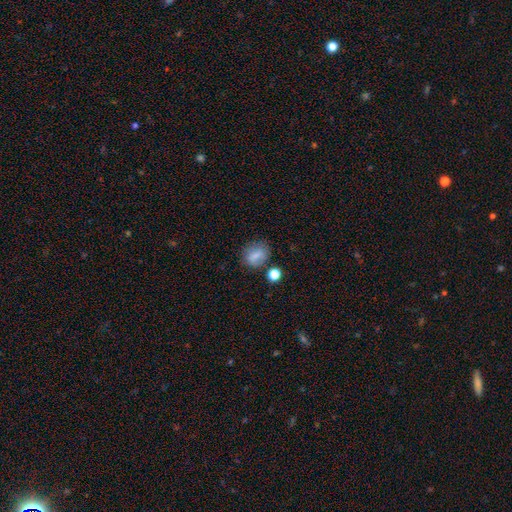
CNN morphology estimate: Smooth or featured: smooth — 75% (featured or disk — 14%)
How rounded: in between — 54% (round — 43%)
Merging: none — 70% (minor disturbance — 17%)